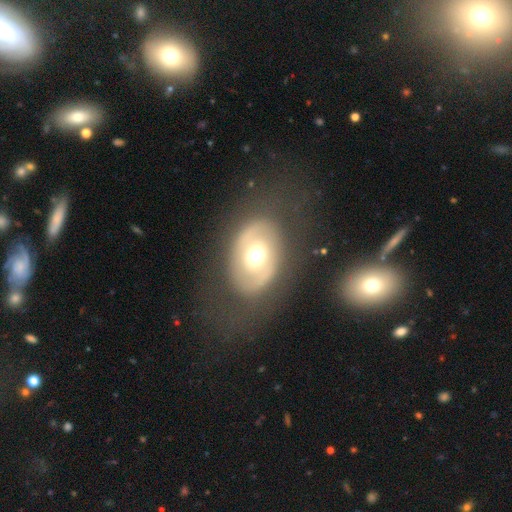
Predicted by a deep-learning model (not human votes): Smooth or featured? Predicted: featured or disk (p=0.56). Edge-on disk? Predicted: no (p=0.93). Bar? Predicted: no (p=0.70). Spiral arms? Predicted: no (p=0.67). Bulge size? Predicted: moderate (p=0.62). Merging? Predicted: none (p=0.73).